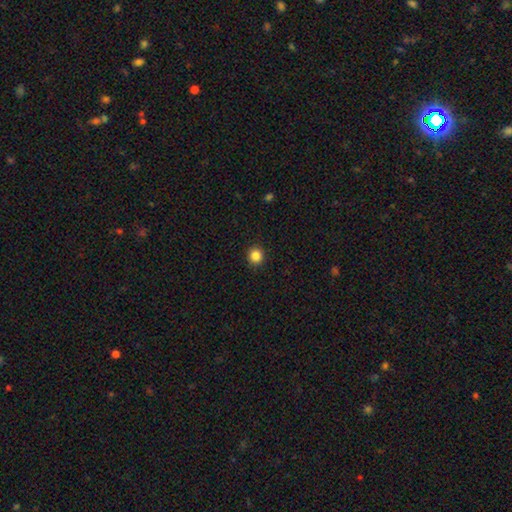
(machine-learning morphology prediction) smooth-or-featured: smooth: 85% | star or artifact: 11% | featured or disk: 4%
  how-rounded: round: 92% | in between: 7% | cigar-shaped: 1%
  merging: none: 92% | minor disturbance: 5% | major disturbance: 2% | merger: 1%